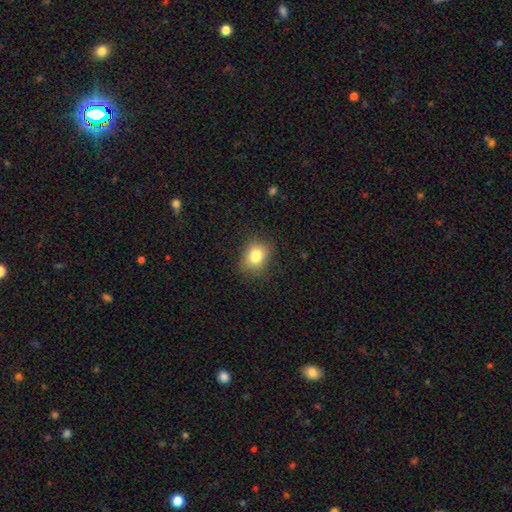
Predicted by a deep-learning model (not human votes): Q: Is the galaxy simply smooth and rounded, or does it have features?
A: smooth — 79%.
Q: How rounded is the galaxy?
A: round — 59%.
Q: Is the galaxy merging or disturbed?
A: none — 83%.